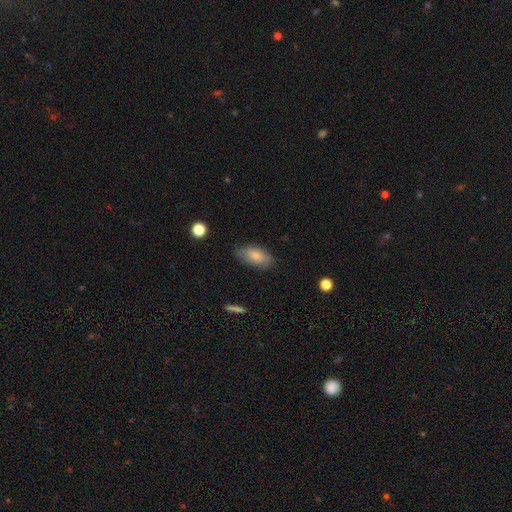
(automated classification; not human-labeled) A smooth galaxy with no disk features (79%) that is in between round and cigar-shaped (89%).

Vote fractions:
- Smooth or featured? smooth: 79% / featured or disk: 15% / star or artifact: 6%
- How rounded? in between: 89% / cigar-shaped: 8% / round: 3%
- Merging? none: 75% / minor disturbance: 20% / major disturbance: 4% / merger: 1%